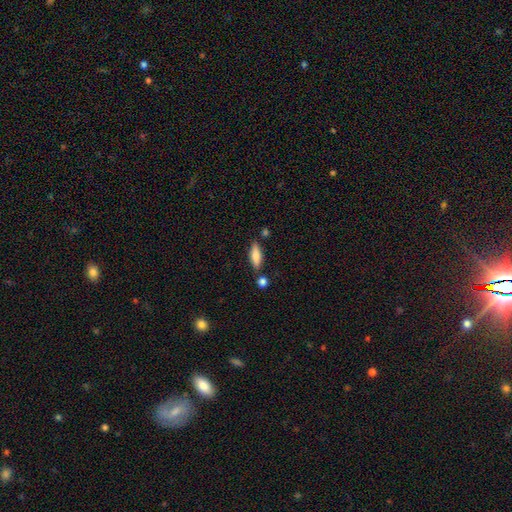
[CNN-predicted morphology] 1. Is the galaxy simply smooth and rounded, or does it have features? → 77% smooth, 16% featured or disk, 7% star or artifact.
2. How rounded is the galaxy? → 51% in between, 47% cigar-shaped, 2% round.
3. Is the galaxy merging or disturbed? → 76% none, 13% minor disturbance, 8% merger, 3% major disturbance.